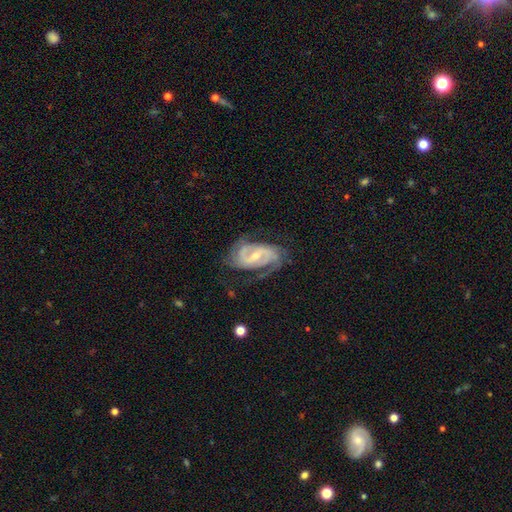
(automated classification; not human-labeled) Smooth or featured? featured or disk (90%)
Edge-on disk? no (97%)
Bar? weak (44%)
Spiral arms? yes (97%)
Spiral winding? tight (46%)
Spiral arm count? 2 (65%)
Bulge size? small (56%)
Merging? none (67%)